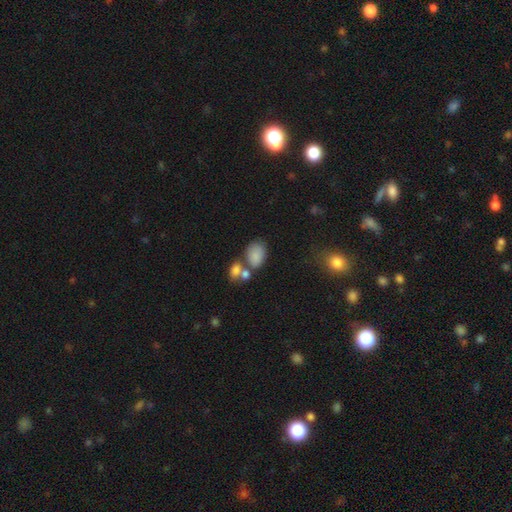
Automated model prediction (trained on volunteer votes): A smooth galaxy with no disk features (81%) that is in between round and cigar-shaped (83%). Merging: none (41%).